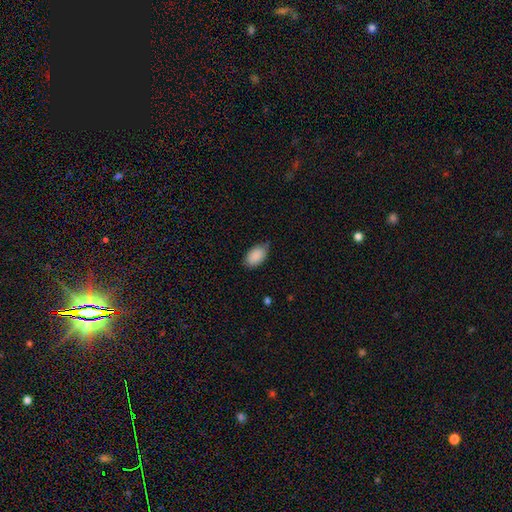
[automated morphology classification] A smooth galaxy with no disk features (90%) that is in between round and cigar-shaped (93%).

Vote fractions:
- Smooth or featured? smooth: 90% / star or artifact: 7% / featured or disk: 4%
- How rounded? in between: 93% / round: 6% / cigar-shaped: 1%
- Merging? none: 72% / minor disturbance: 23% / major disturbance: 4% / merger: 1%